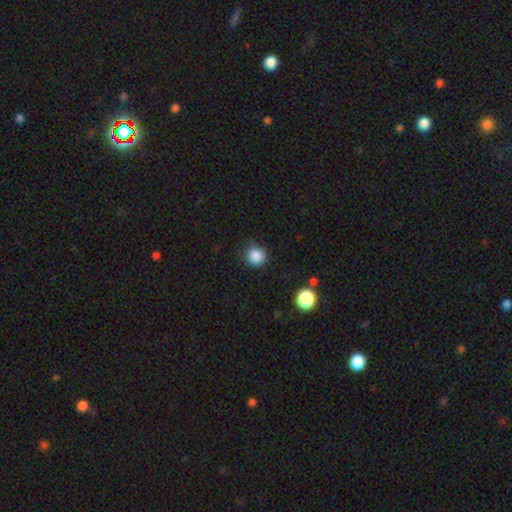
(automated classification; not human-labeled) A smooth galaxy with no disk features (86%) that is round (92%).

Vote fractions:
- Smooth or featured? smooth: 86% / star or artifact: 11% / featured or disk: 3%
- How rounded? round: 92% / in between: 7% / cigar-shaped: 1%
- Merging? none: 86% / minor disturbance: 10% / major disturbance: 3% / merger: 1%